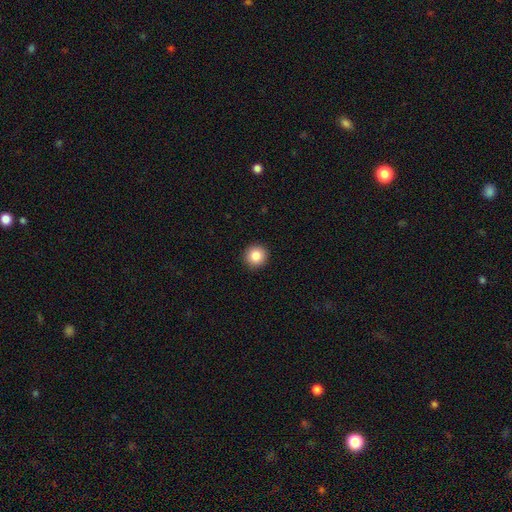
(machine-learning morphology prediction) smooth-or-featured: smooth: 86% | star or artifact: 9% | featured or disk: 5%
  how-rounded: round: 95% | in between: 4% | cigar-shaped: 1%
  merging: none: 93% | minor disturbance: 4% | major disturbance: 1% | merger: 1%